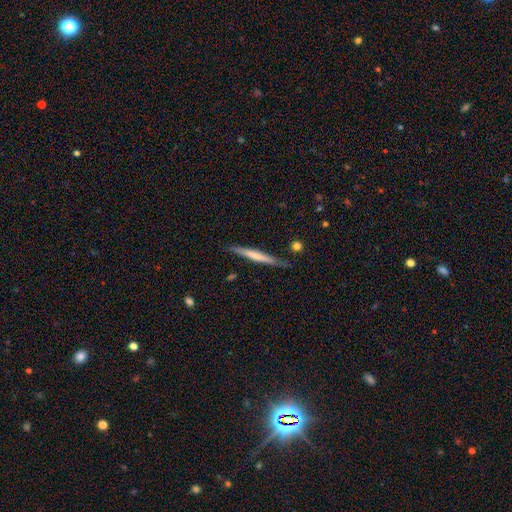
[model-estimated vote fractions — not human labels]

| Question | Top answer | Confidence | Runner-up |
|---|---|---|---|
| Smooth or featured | smooth | 50% | featured or disk (44%) |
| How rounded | cigar-shaped | 96% | in between (3%) |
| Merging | none | 81% | minor disturbance (14%) |